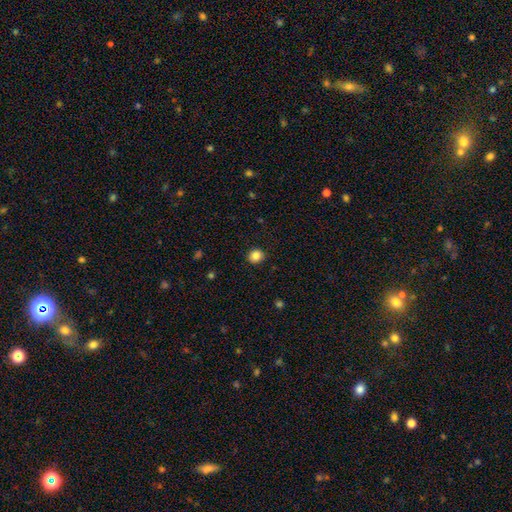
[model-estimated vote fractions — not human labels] smooth-or-featured: smooth: 85% | star or artifact: 10% | featured or disk: 5%
  how-rounded: round: 81% | in between: 18% | cigar-shaped: 1%
  merging: none: 91% | minor disturbance: 6% | major disturbance: 2% | merger: 1%